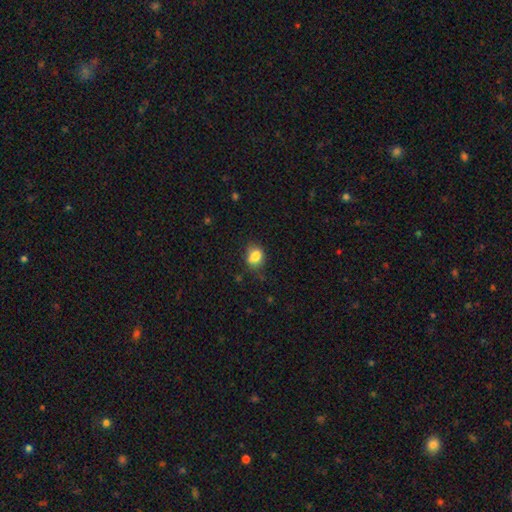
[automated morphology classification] Overall: smooth (83%). How rounded: round (50%; in between 49%). Merging: none (68%).